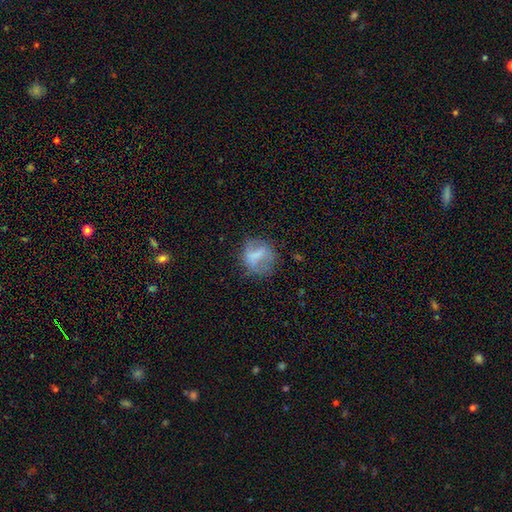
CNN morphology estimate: Smooth or featured? smooth (52%)
How rounded? round (66%)
Merging? none (59%)